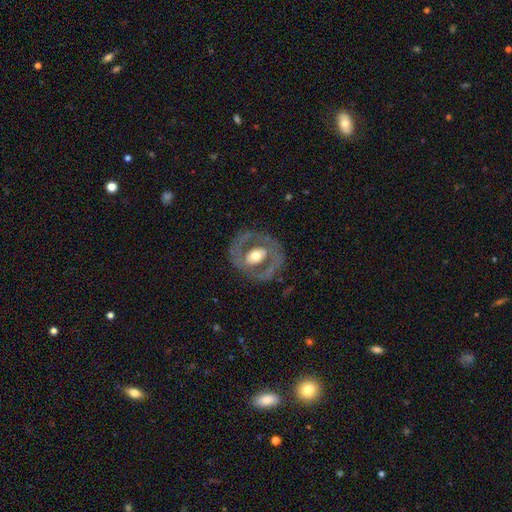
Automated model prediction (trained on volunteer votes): Smooth or featured: featured or disk — 69% (smooth — 26%)
Edge-on disk: no — 94% (yes — 6%)
Bar: no — 57% (weak — 26%)
Spiral arms: no — 69% (yes — 31%)
Bulge size: moderate — 66% (large — 22%)
Merging: none — 73% (minor disturbance — 14%)